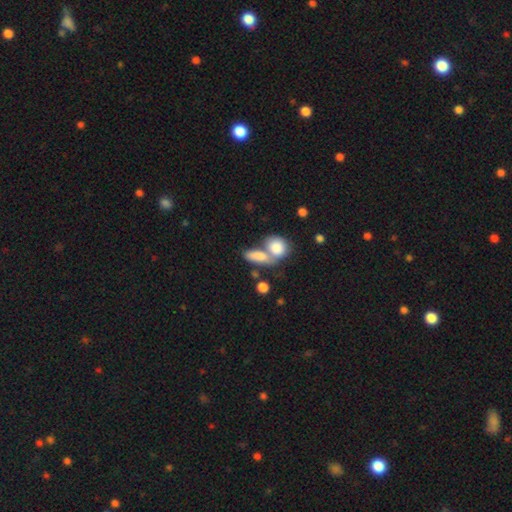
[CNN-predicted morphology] The model was most divided on "merging": merger: 54%, none: 32%, minor disturbance: 9%, major disturbance: 6%. More confident: smooth or featured — smooth (75%); how rounded — in between (65%).